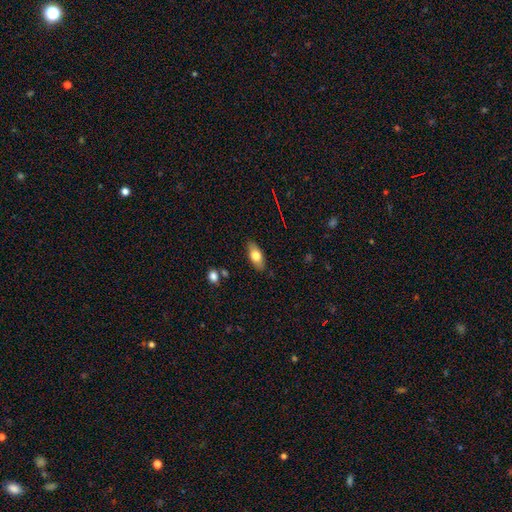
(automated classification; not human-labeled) Morphology: type=smooth (71%); roundness=in between (84%); merging=none (85%).